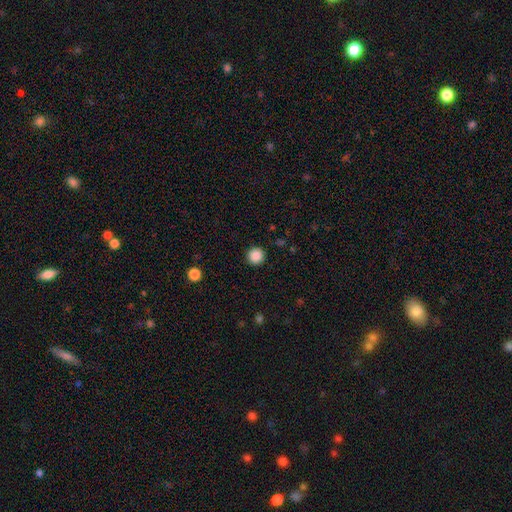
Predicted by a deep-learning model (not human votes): Overall: smooth (88%). How rounded: round (96%). Merging: none (93%).